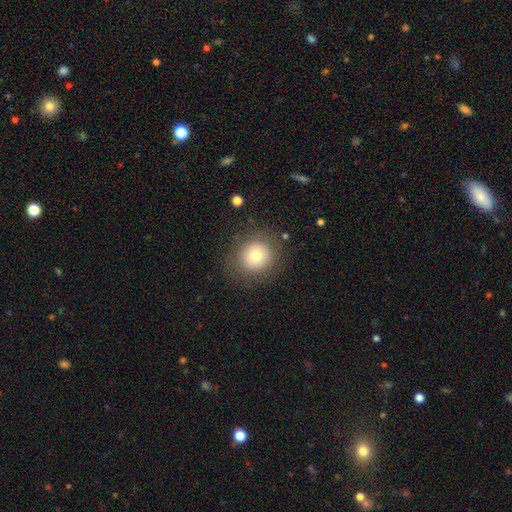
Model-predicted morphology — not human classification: Q: Smooth or featured?
A: smooth (75%); runner-up: featured or disk (14%)
Q: How rounded?
A: round (88%); runner-up: in between (11%)
Q: Merging?
A: none (83%); runner-up: minor disturbance (10%)